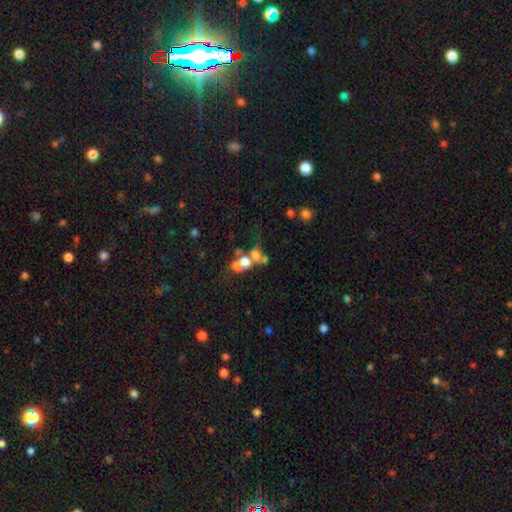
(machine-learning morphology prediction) The model was most divided on "smooth or featured": smooth: 50%, featured or disk: 33%, star or artifact: 17%. More confident: merging — merger (58%).